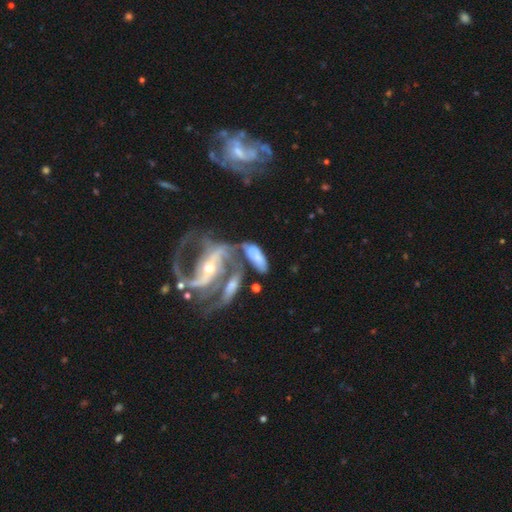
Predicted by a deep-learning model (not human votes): This is possibly a featured or disk galaxy (55%). It is clearly not viewed edge-on (88%). Merging: marginally merger (41%).